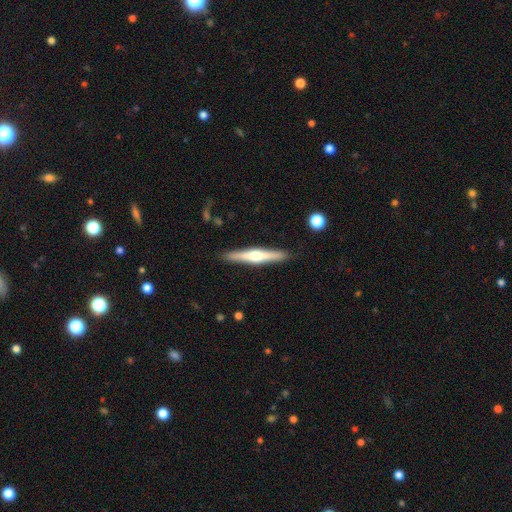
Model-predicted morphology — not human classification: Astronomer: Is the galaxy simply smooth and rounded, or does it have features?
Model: featured or disk — 64%.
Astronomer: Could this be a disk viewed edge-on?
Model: yes — 97%.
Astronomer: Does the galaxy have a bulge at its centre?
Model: rounded — 89%.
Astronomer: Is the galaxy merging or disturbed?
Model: none — 90%.